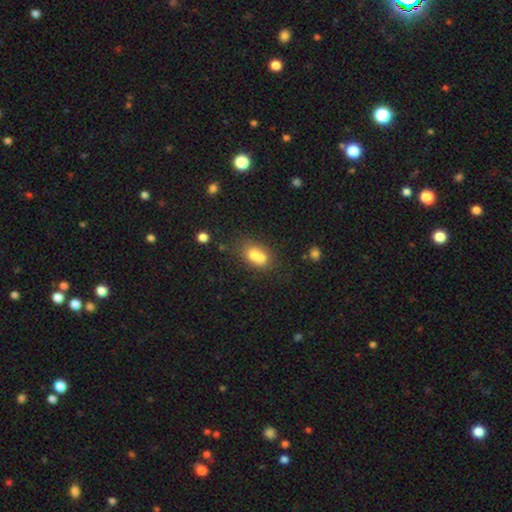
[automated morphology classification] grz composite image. It shows a smooth galaxy with no disk features (67%) that is in between round and cigar-shaped (59%). Merging: merger (58%).